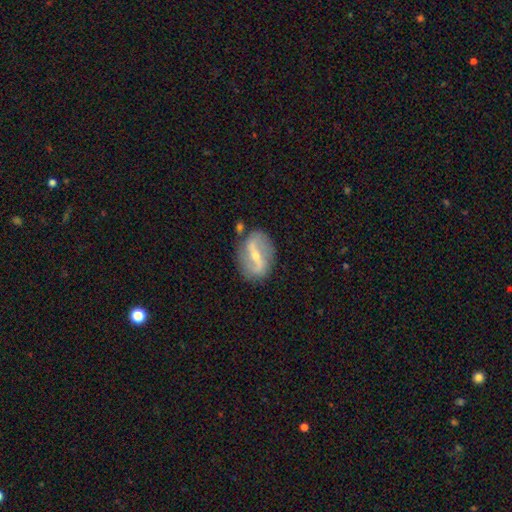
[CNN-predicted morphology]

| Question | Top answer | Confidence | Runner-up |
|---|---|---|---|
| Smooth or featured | featured or disk | 81% | smooth (14%) |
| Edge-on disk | no | 95% | yes (5%) |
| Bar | strong | 57% | weak (31%) |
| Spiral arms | yes | 86% | no (14%) |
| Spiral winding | loose | 54% | medium (33%) |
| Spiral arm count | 2 | 89% | can't tell (5%) |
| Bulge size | small | 56% | moderate (40%) |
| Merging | none | 76% | minor disturbance (15%) |